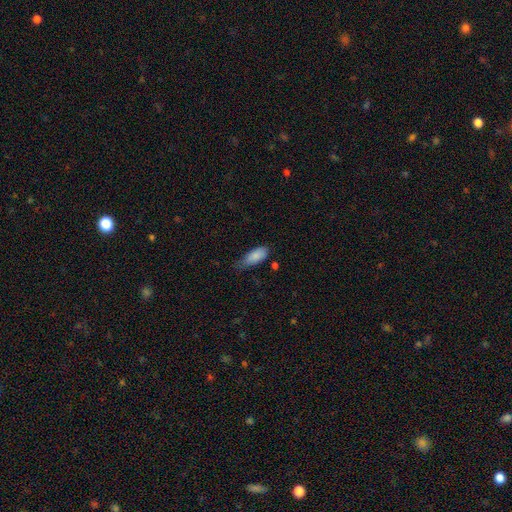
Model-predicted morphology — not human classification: Smooth or featured? Predicted: smooth (p=0.85). How rounded? Predicted: in between (p=0.84). Merging? Predicted: none (p=0.49).